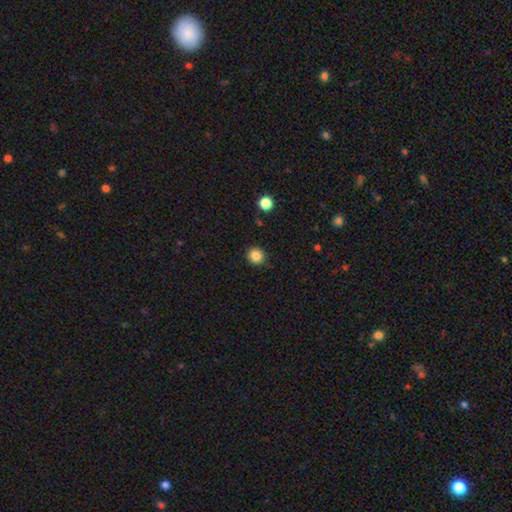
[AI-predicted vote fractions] Overall: smooth (84%). How rounded: round (86%). Merging: none (90%).